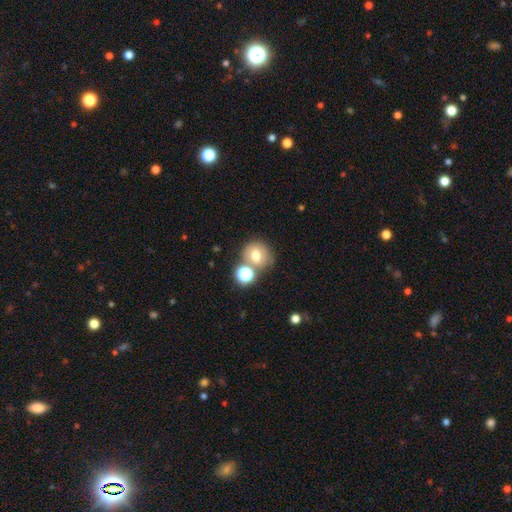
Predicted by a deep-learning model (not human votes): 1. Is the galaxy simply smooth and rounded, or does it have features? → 70% smooth, 15% featured or disk, 15% star or artifact.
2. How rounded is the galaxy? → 78% round, 21% in between, 1% cigar-shaped.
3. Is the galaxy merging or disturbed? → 55% none, 27% merger, 12% minor disturbance, 5% major disturbance.